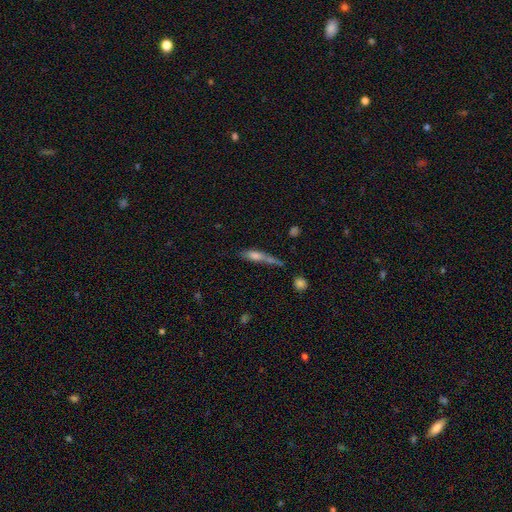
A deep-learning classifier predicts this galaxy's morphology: Smooth or featured?
  - smooth: 55% *
  - featured or disk: 33%
  - star or artifact: 12%
How rounded?
  - cigar-shaped: 74% *
  - in between: 23%
  - round: 4%
Merging?
  - none: 45% *
  - minor disturbance: 22%
  - merger: 19%
  - major disturbance: 13%